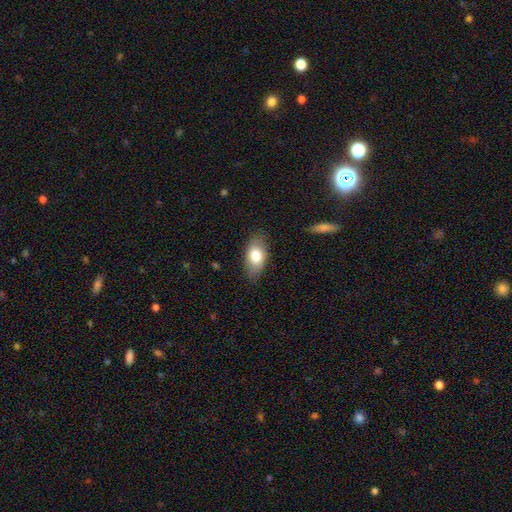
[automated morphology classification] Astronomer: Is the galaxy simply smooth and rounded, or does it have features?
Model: smooth — 76%.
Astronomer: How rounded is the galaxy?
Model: in between — 89%.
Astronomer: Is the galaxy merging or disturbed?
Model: none — 81%.